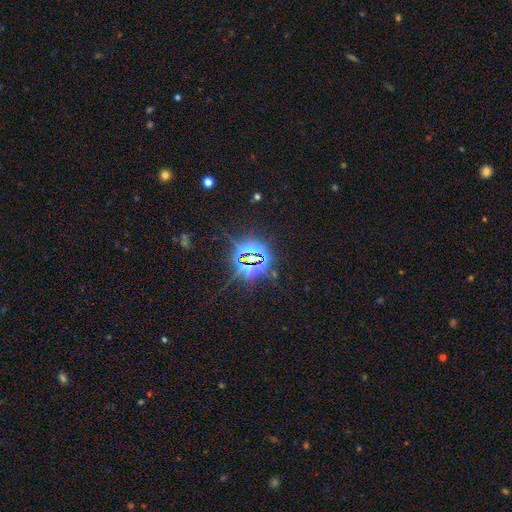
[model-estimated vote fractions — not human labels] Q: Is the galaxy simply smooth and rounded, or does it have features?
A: star or artifact — 84%.